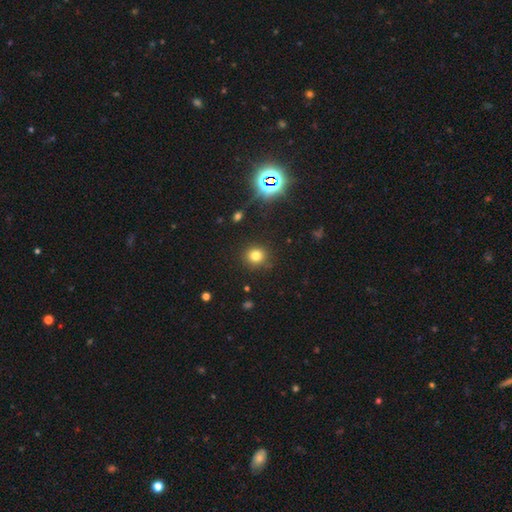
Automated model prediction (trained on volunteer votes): A smooth galaxy with no disk features (76%) that is round (88%).

Vote fractions:
- Smooth or featured? smooth: 76% / star or artifact: 17% / featured or disk: 7%
- How rounded? round: 88% / in between: 11% / cigar-shaped: 1%
- Merging? none: 88% / minor disturbance: 8% / major disturbance: 3% / merger: 2%